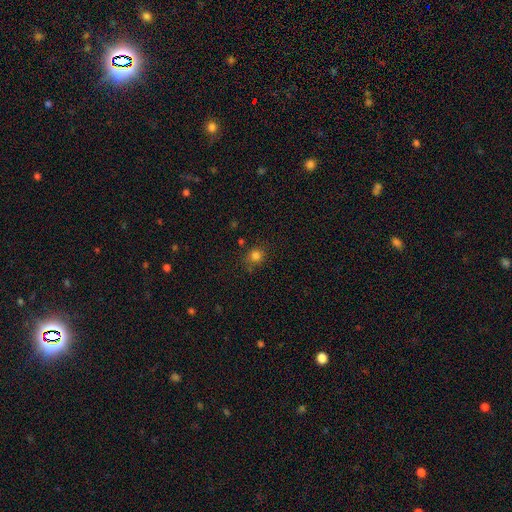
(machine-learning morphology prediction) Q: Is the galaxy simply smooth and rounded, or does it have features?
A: smooth — 80%.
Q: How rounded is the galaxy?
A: round — 85%.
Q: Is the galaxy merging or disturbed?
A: none — 77%.